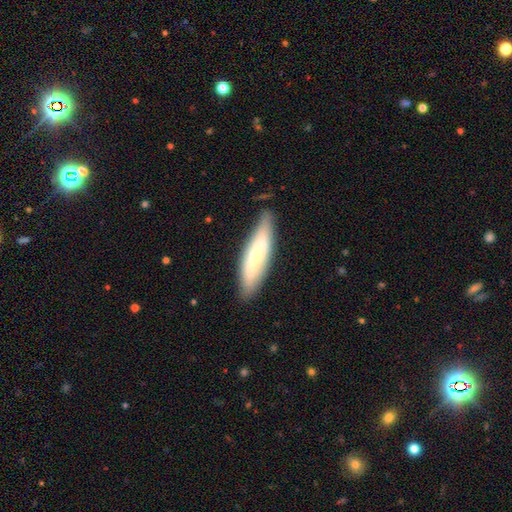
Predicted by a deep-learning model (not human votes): Overall: smooth (50%; featured or disk 44%). How rounded: cigar-shaped (68%; in between 30%). Merging: none (75%).